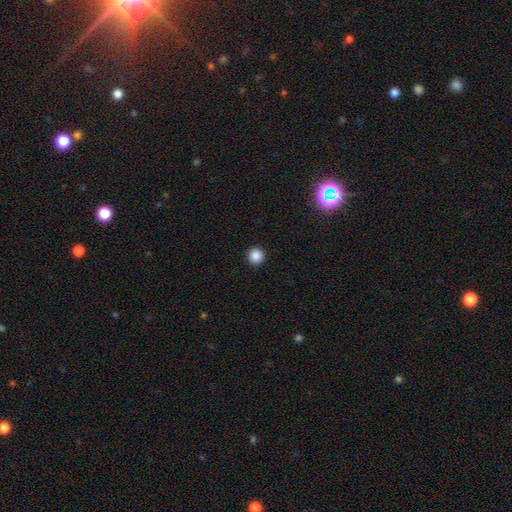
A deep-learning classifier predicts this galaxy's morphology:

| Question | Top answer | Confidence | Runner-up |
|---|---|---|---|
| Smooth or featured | smooth | 87% | star or artifact (10%) |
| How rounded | round | 95% | in between (4%) |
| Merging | none | 93% | minor disturbance (4%) |